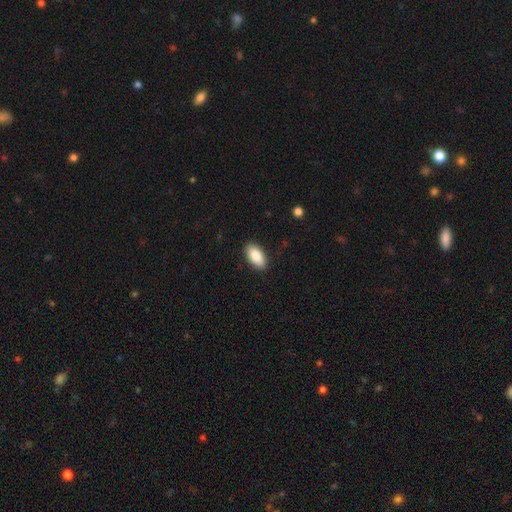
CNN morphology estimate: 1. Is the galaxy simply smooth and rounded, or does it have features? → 86% smooth, 7% featured or disk, 6% star or artifact.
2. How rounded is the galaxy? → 92% in between, 5% cigar-shaped, 3% round.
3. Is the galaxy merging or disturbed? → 89% none, 8% minor disturbance, 2% major disturbance, 1% merger.